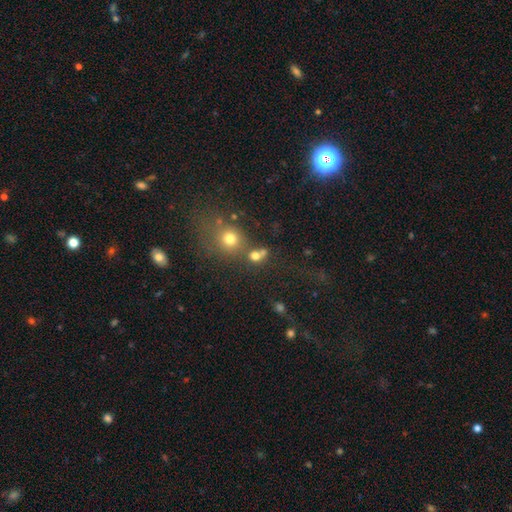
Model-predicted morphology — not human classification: smooth-or-featured: smooth: 71% | star or artifact: 19% | featured or disk: 10%
  how-rounded: round: 74% | in between: 25% | cigar-shaped: 2%
  merging: none: 50% | merger: 33% | minor disturbance: 10% | major disturbance: 7%